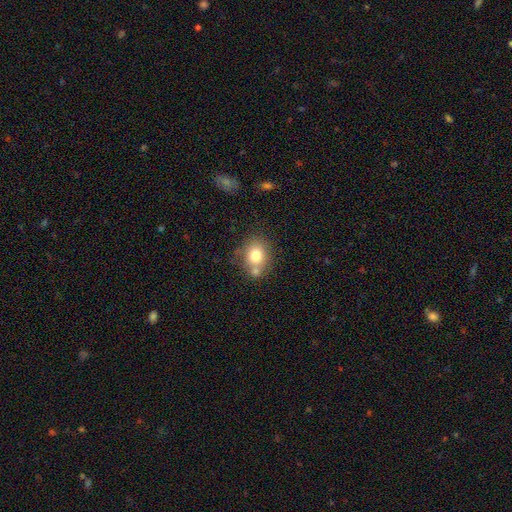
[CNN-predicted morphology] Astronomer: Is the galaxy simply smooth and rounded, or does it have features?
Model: smooth — 77%.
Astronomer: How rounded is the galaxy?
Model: round — 57% (runner-up: in between, 42%).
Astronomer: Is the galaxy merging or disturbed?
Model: none — 55%.